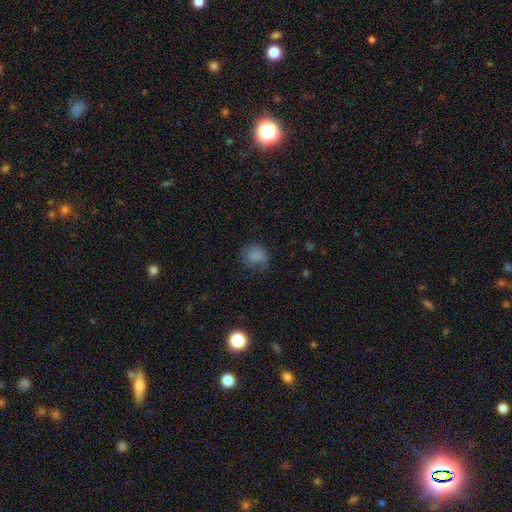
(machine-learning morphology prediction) smooth-or-featured: smooth: 78% | star or artifact: 12% | featured or disk: 10%
  how-rounded: round: 66% | in between: 33% | cigar-shaped: 1%
  merging: none: 55% | minor disturbance: 29% | major disturbance: 15% | merger: 2%